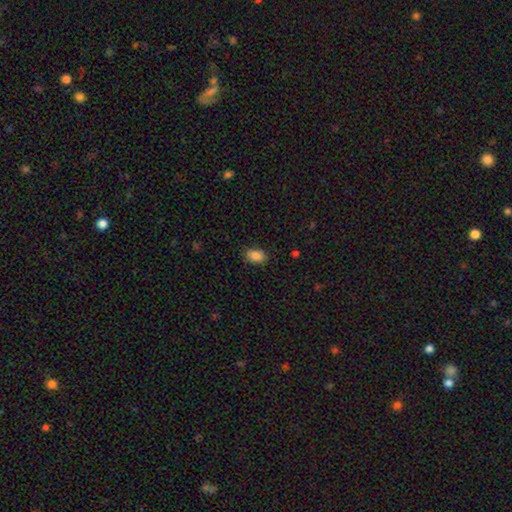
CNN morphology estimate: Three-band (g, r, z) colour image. It shows a smooth galaxy with no disk features (88%) that is in between round and cigar-shaped (86%). Merging: none (86%).